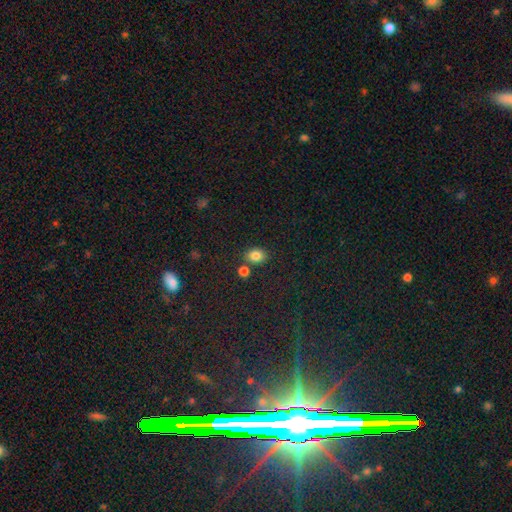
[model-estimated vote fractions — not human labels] Smooth or featured? smooth (82%)
How rounded? in between (51%)
Merging? none (72%)